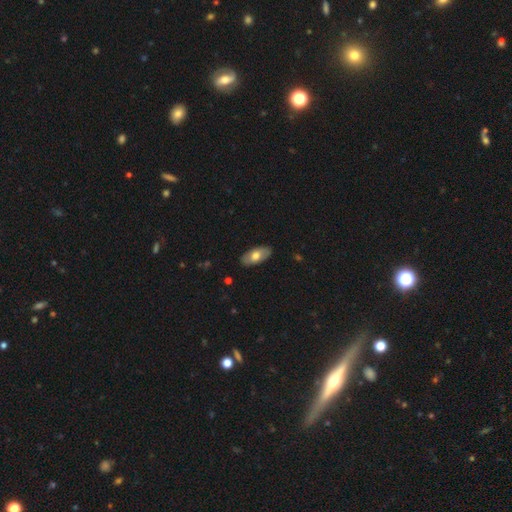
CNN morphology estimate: type=smooth (63%); roundness=in between (92%); merging=none (87%).